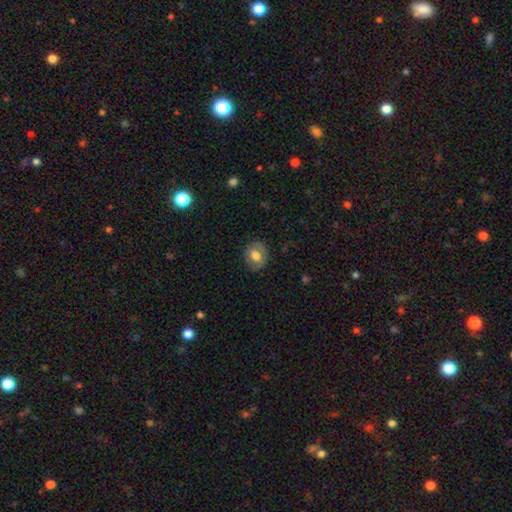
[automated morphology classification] Smooth or featured?
  - smooth: 65% *
  - featured or disk: 27%
  - star or artifact: 8%
How rounded?
  - round: 56% *
  - in between: 43%
  - cigar-shaped: 1%
Merging?
  - none: 81% *
  - minor disturbance: 14%
  - major disturbance: 4%
  - merger: 1%